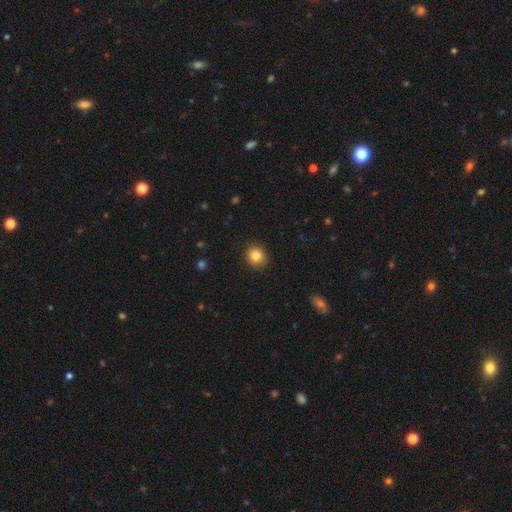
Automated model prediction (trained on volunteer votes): smooth 85%, star or artifact 10%, featured or disk 6%. Down the decision tree: how rounded — round (82%); merging — none (90%).